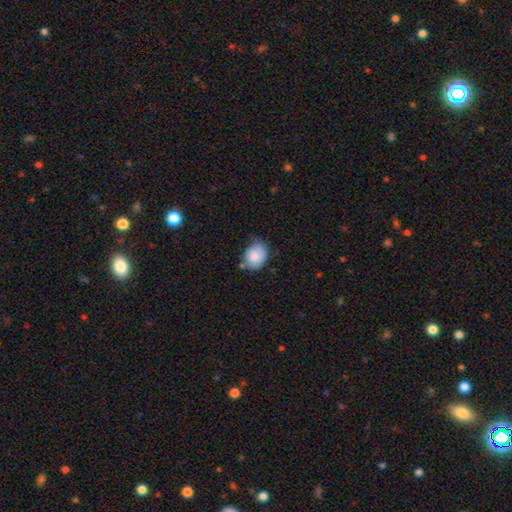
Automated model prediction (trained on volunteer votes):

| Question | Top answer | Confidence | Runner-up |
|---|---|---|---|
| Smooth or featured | smooth | 82% | featured or disk (11%) |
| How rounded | in between | 54% | round (45%) |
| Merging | none | 52% | minor disturbance (35%) |